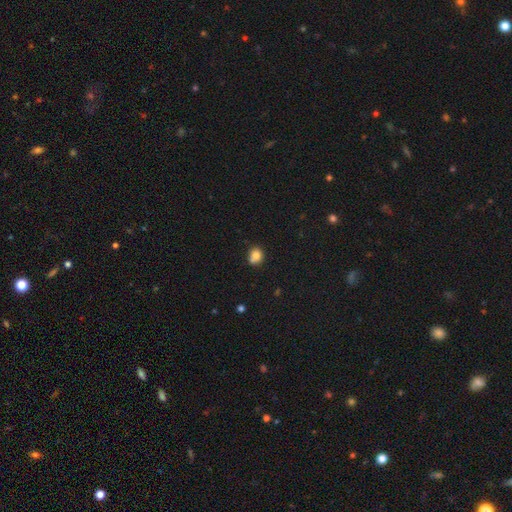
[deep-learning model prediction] Smooth or featured?
  - smooth: 80% *
  - star or artifact: 11%
  - featured or disk: 10%
How rounded?
  - round: 72% *
  - in between: 27%
  - cigar-shaped: 1%
Merging?
  - none: 56% *
  - merger: 20%
  - minor disturbance: 19%
  - major disturbance: 5%